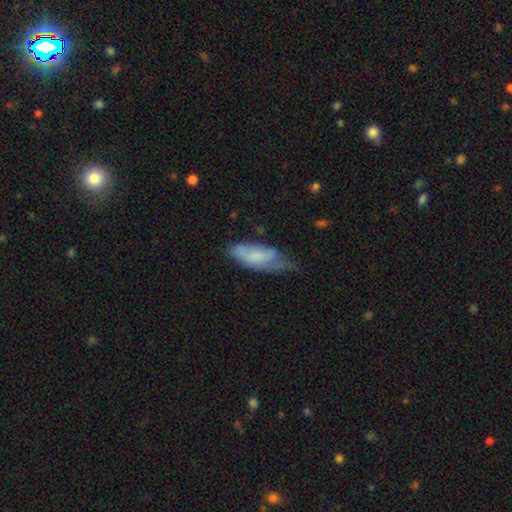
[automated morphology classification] smooth-or-featured: smooth: 63% | featured or disk: 30% | star or artifact: 7%
  how-rounded: in between: 75% | cigar-shaped: 23% | round: 2%
  merging: minor disturbance: 42% | none: 36% | major disturbance: 19% | merger: 2%